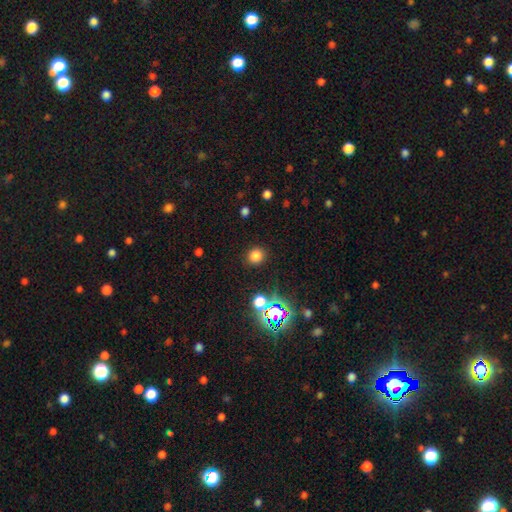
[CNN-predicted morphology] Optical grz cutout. It shows a smooth galaxy with no disk features (76%) that is round (84%). Merging: none (87%).